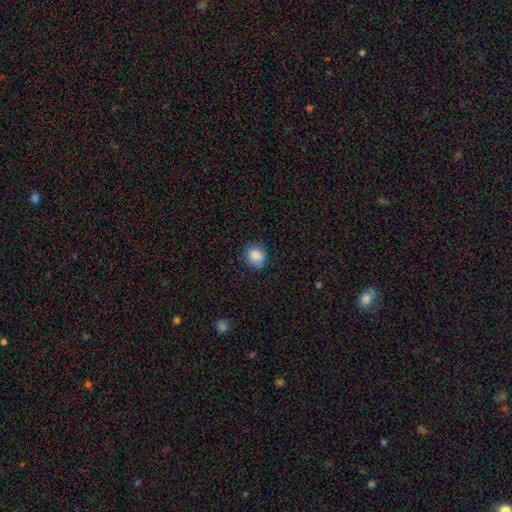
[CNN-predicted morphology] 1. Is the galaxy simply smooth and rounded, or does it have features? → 87% smooth, 9% star or artifact, 4% featured or disk.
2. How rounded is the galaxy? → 73% round, 26% in between, 1% cigar-shaped.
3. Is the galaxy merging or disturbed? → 77% none, 18% minor disturbance, 4% major disturbance, 1% merger.